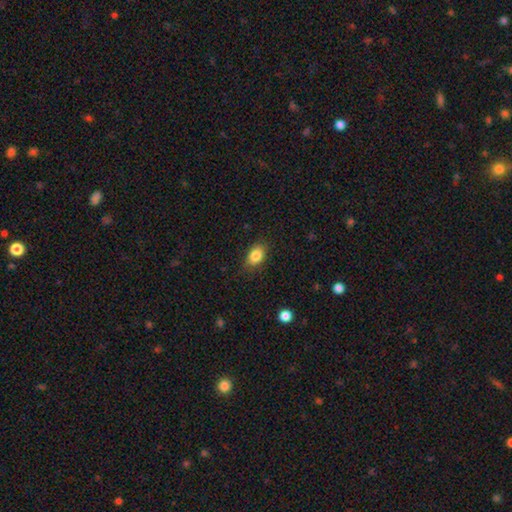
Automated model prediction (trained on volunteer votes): Q: Smooth or featured?
A: smooth (85%); runner-up: star or artifact (9%)
Q: How rounded?
A: in between (82%); runner-up: round (16%)
Q: Merging?
A: none (82%); runner-up: minor disturbance (13%)